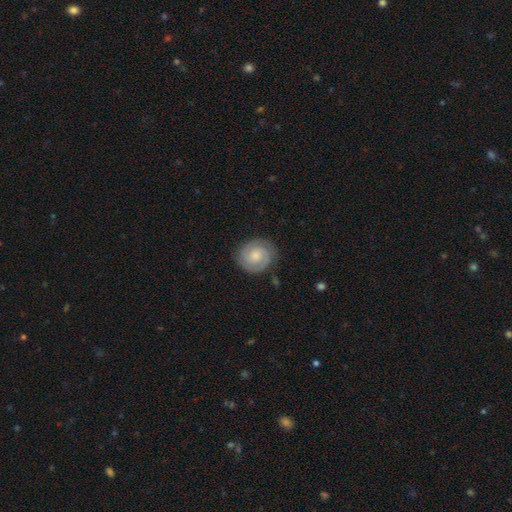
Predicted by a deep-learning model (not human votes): Q: Smooth or featured?
A: featured or disk (66%); runner-up: smooth (28%)
Q: Edge-on disk?
A: no (98%); runner-up: yes (2%)
Q: Bar?
A: no (68%); runner-up: weak (28%)
Q: Spiral arms?
A: yes (92%); runner-up: no (8%)
Q: Spiral winding?
A: tight (65%); runner-up: medium (28%)
Q: Spiral arm count?
A: 2 (71%); runner-up: can't tell (14%)
Q: Bulge size?
A: moderate (44%); runner-up: small (37%)
Q: Merging?
A: none (81%); runner-up: minor disturbance (14%)